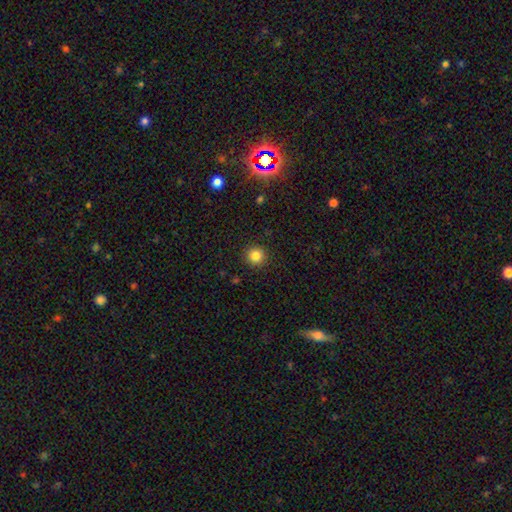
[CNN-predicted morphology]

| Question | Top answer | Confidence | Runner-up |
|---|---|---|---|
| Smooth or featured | smooth | 83% | star or artifact (12%) |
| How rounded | round | 95% | in between (4%) |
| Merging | none | 92% | minor disturbance (5%) |